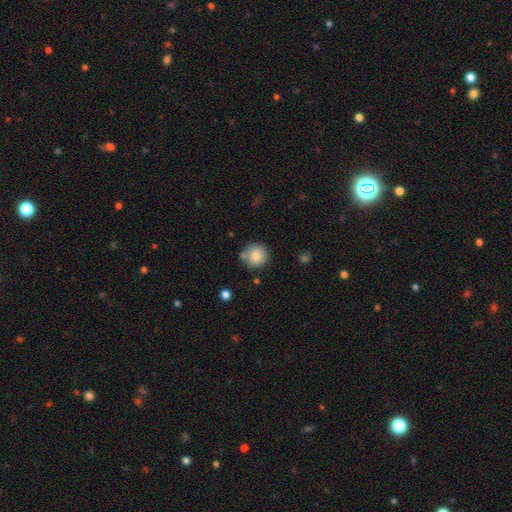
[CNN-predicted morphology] A smooth galaxy with no disk features (84%) that is round (94%). Merging: none (76%).